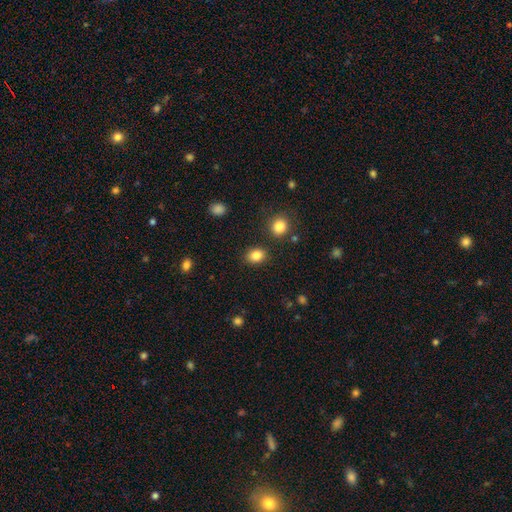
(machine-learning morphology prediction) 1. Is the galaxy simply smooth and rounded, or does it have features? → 84% smooth, 10% star or artifact, 5% featured or disk.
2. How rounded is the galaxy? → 52% in between, 47% round, 1% cigar-shaped.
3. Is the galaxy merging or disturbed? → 85% none, 9% minor disturbance, 3% merger, 3% major disturbance.